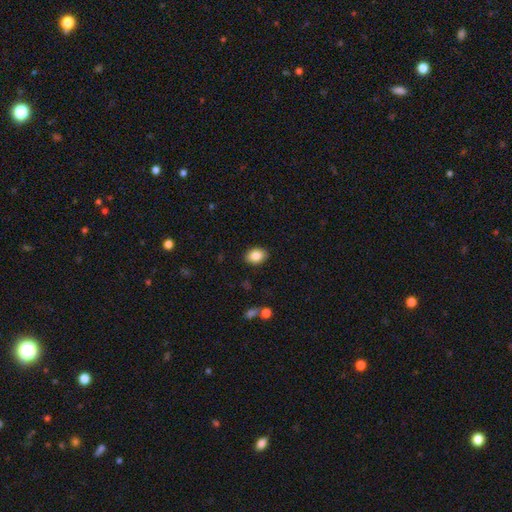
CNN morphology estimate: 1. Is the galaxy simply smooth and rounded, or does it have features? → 86% smooth, 8% star or artifact, 6% featured or disk.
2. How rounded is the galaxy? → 76% in between, 23% round, 1% cigar-shaped.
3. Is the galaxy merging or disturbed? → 89% none, 8% minor disturbance, 2% major disturbance, 1% merger.